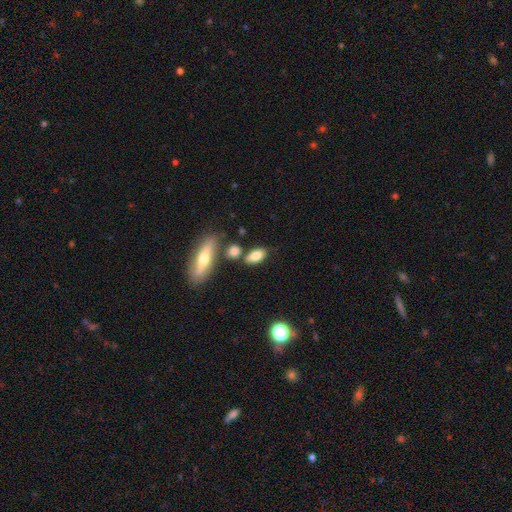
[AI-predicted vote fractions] Q: Smooth or featured?
A: smooth (80%); runner-up: featured or disk (13%)
Q: How rounded?
A: in between (83%); runner-up: cigar-shaped (11%)
Q: Merging?
A: none (68%); runner-up: minor disturbance (15%)